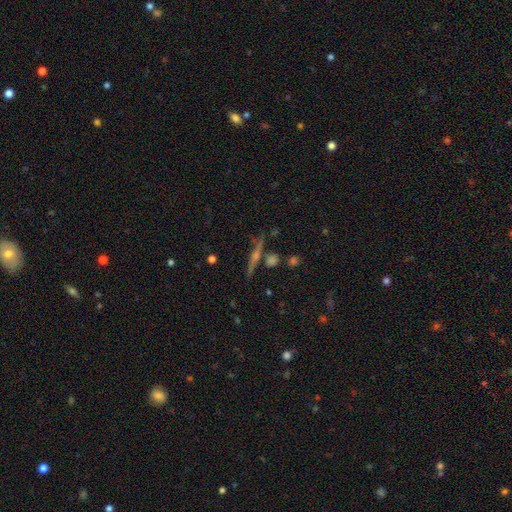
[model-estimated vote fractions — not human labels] featured or disk 72%, smooth 16%, star or artifact 12%. Down the decision tree: edge-on disk — yes (96%); edge-on bulge — rounded (79%); merging — none (82%).